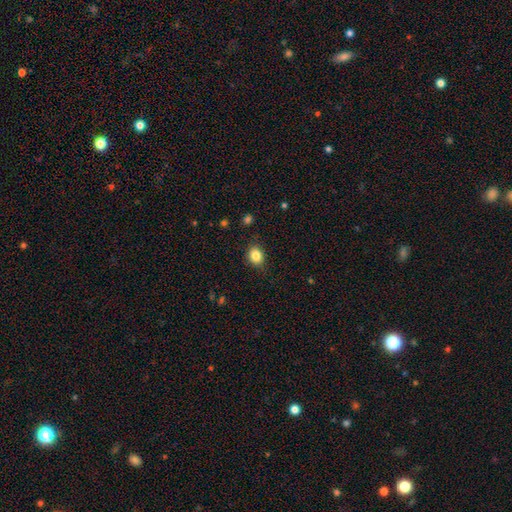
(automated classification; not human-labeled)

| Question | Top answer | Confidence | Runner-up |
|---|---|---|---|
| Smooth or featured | smooth | 84% | star or artifact (10%) |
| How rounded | round | 55% | in between (44%) |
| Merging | none | 84% | minor disturbance (12%) |